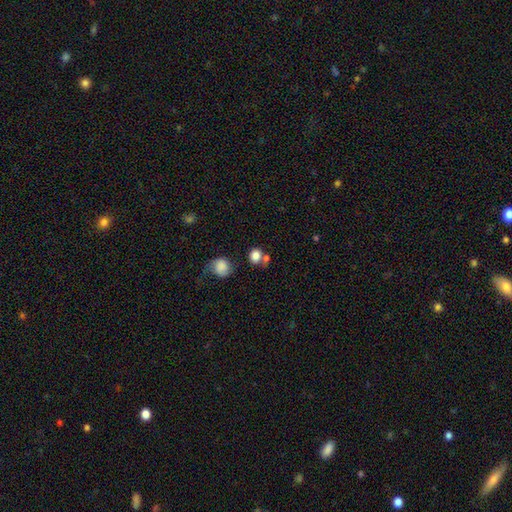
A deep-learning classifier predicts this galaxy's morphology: smooth 83%, star or artifact 11%, featured or disk 7%. Down the decision tree: how rounded — round (69%); merging — none (57%).